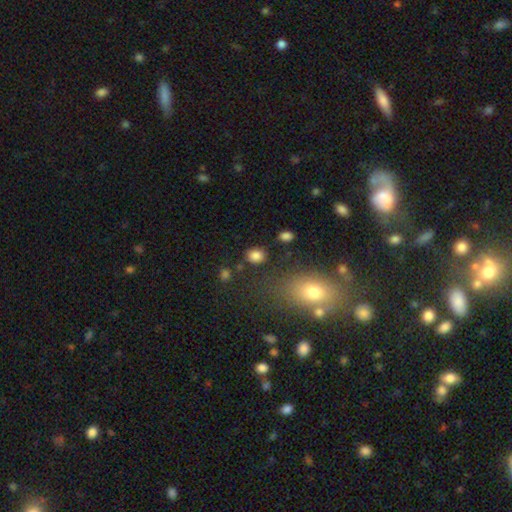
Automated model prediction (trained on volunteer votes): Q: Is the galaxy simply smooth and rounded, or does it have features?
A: smooth — 84%.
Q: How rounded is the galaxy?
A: round — 61%.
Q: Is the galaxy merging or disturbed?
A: none — 82%.